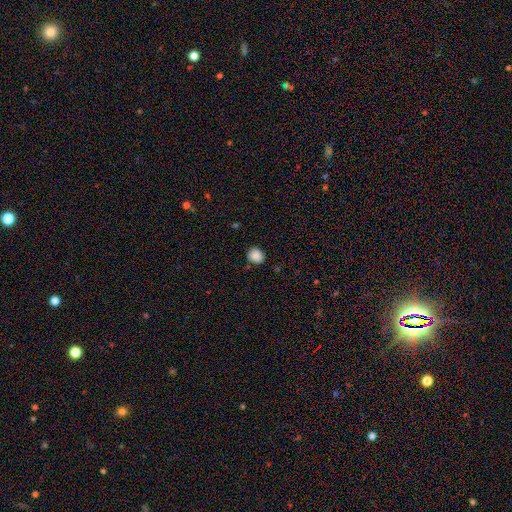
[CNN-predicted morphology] Smooth or featured? Predicted: smooth (p=0.87). How rounded? Predicted: round (p=0.70). Merging? Predicted: none (p=0.81).